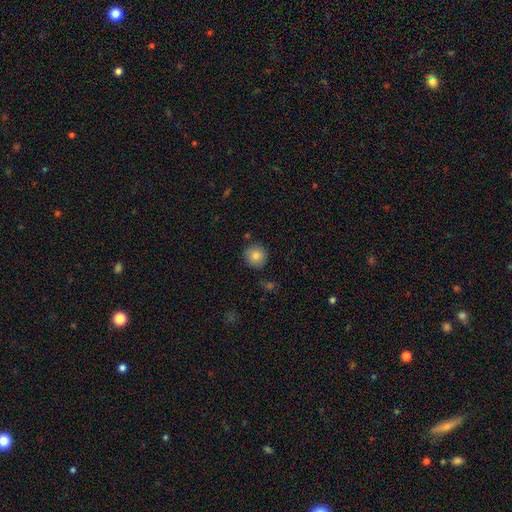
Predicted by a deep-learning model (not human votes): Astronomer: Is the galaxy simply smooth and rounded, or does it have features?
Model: smooth — 84%.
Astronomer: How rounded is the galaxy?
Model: round — 92%.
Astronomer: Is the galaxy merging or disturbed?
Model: none — 85%.